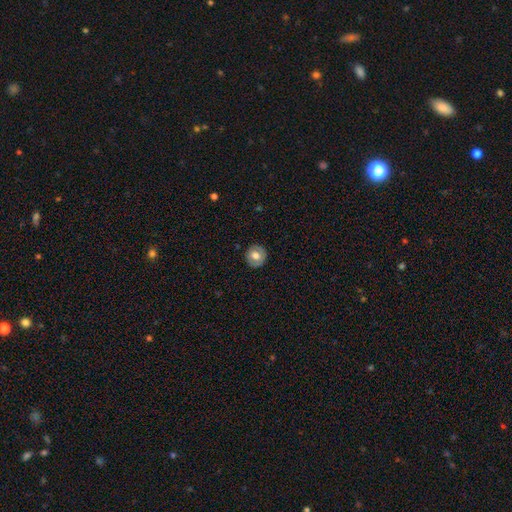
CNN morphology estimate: This appears to be a smooth galaxy with no disk features (62%) that is round (89%). Merging: none (87%).